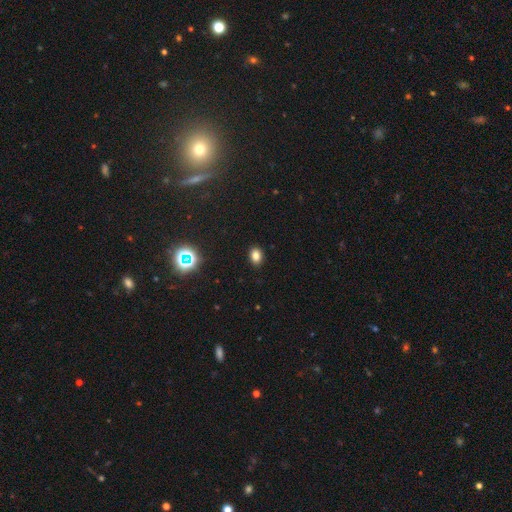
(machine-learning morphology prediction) Q: Smooth or featured?
A: smooth (79%); runner-up: star or artifact (15%)
Q: How rounded?
A: in between (75%); runner-up: round (24%)
Q: Merging?
A: none (89%); runner-up: minor disturbance (8%)